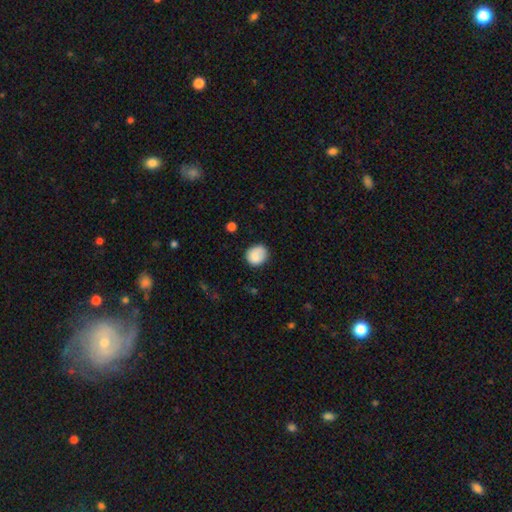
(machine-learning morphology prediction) smooth-or-featured: smooth: 82% | featured or disk: 10% | star or artifact: 8%
  how-rounded: round: 78% | in between: 21% | cigar-shaped: 1%
  merging: none: 72% | minor disturbance: 20% | major disturbance: 5% | merger: 3%